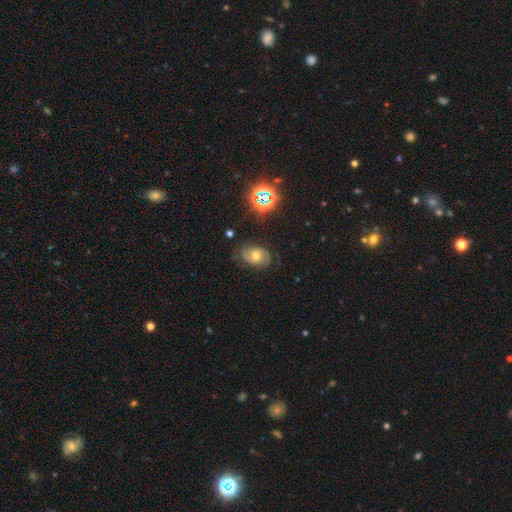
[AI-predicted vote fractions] This is likely a featured or disk galaxy (62%). It is clearly not viewed edge-on (96%). Bar: likely no (67%). Spiral arm pattern: clearly yes (84%). Spiral arm count: likely 2 (76%). Spiral winding: marginally medium (42%). Central bulge: likely moderate (74%). Merging: likely none (70%).